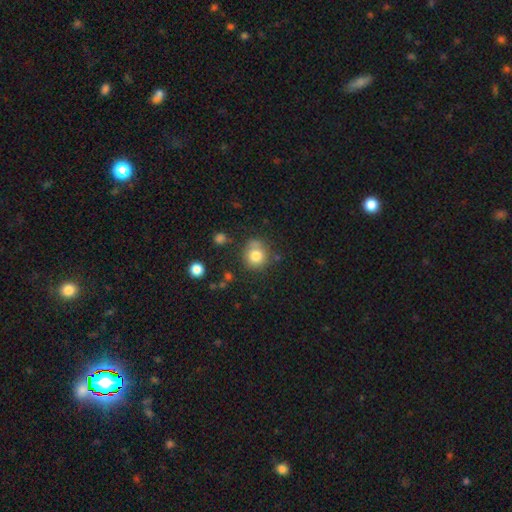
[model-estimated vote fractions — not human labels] smooth_or_featured: smooth (p=0.79) [alt: star or artifact p=0.11]
how_rounded: round (p=0.86) [alt: in between p=0.13]
merging: none (p=0.67) [alt: minor disturbance p=0.19]